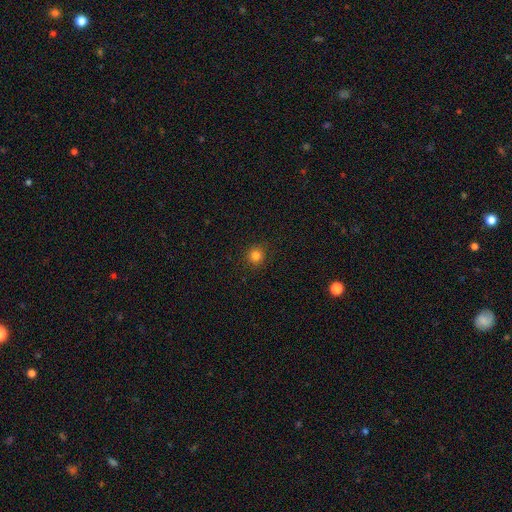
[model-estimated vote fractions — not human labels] smooth_or_featured: smooth (p=0.82) [alt: star or artifact p=0.14]
how_rounded: round (p=0.93) [alt: in between p=0.06]
merging: none (p=0.90) [alt: minor disturbance p=0.06]